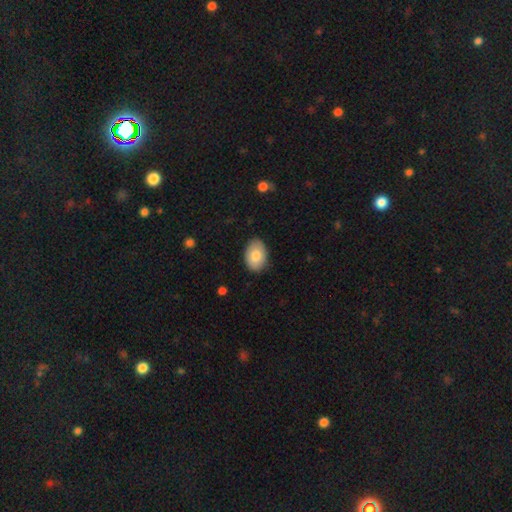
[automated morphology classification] smooth-or-featured: smooth: 80% | featured or disk: 13% | star or artifact: 6%
  how-rounded: in between: 87% | round: 12% | cigar-shaped: 1%
  merging: none: 85% | minor disturbance: 12% | major disturbance: 2% | merger: 1%